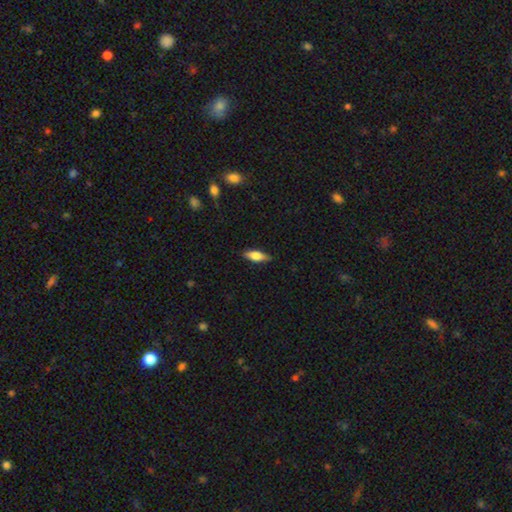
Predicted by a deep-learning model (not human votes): smooth_or_featured: smooth (p=0.71) [alt: featured or disk p=0.23]
how_rounded: in between (p=0.64) [alt: cigar-shaped p=0.33]
merging: none (p=0.85) [alt: minor disturbance p=0.12]